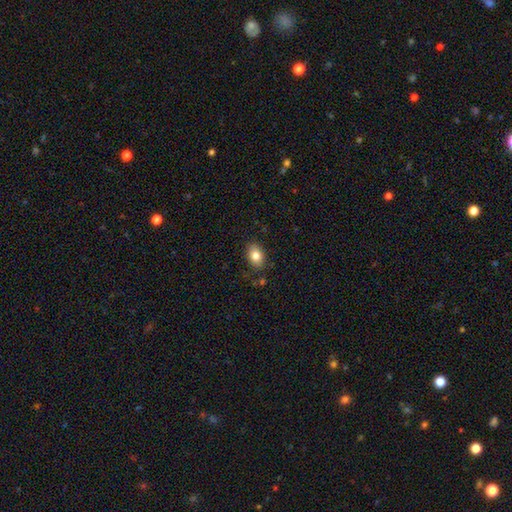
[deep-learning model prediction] The model was most divided on "how rounded": in between: 82%, round: 17%, cigar-shaped: 1%. More confident: merging — none (85%); smooth or featured — smooth (82%).